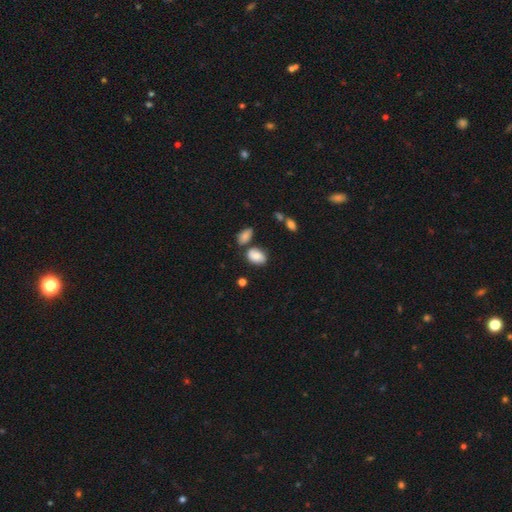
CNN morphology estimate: Smooth or featured: smooth — 78% (featured or disk — 14%)
How rounded: in between — 85% (round — 13%)
Merging: none — 60% (minor disturbance — 18%)